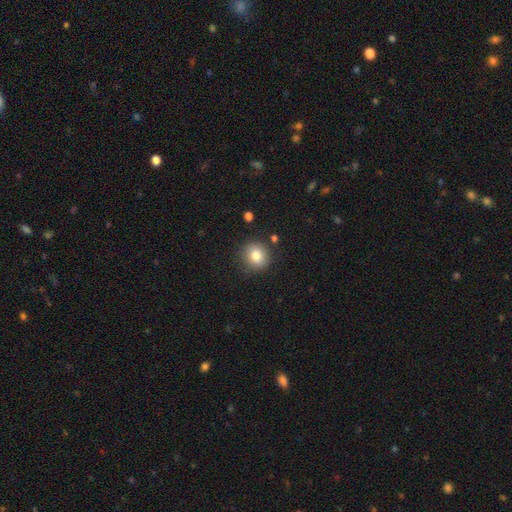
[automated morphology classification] Smooth or featured? Predicted: smooth (p=0.81). How rounded? Predicted: round (p=0.87). Merging? Predicted: none (p=0.86).